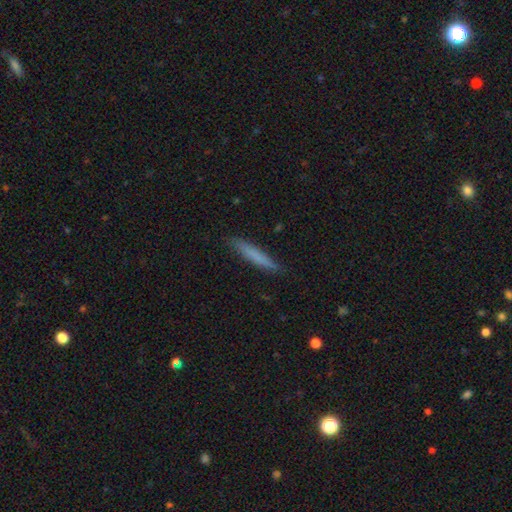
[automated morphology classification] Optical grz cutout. It shows a smooth galaxy with no disk features (73%) that is cigar-shaped (94%). Merging: none (88%).